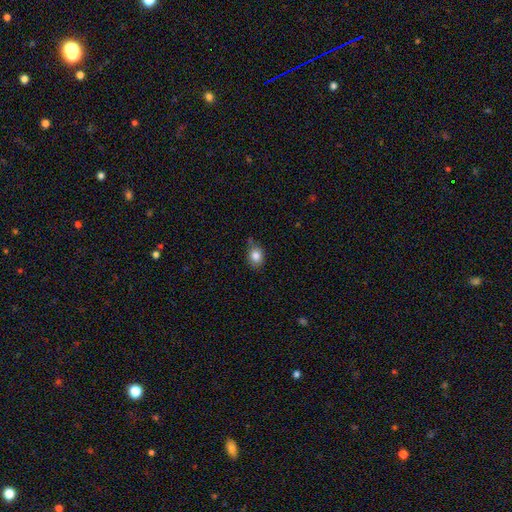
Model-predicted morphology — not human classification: Smooth or featured: smooth — 84% (star or artifact — 9%)
How rounded: in between — 55% (round — 44%)
Merging: none — 67% (minor disturbance — 25%)